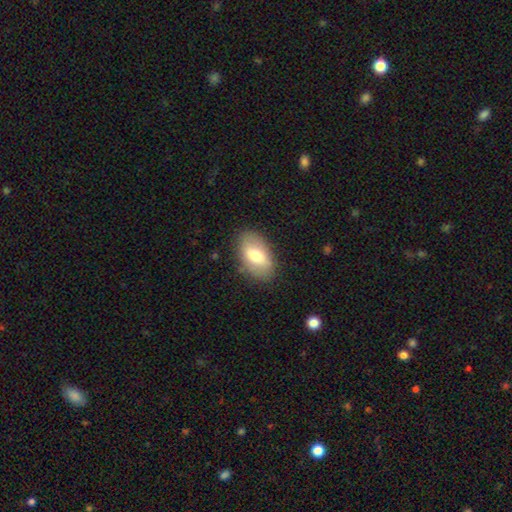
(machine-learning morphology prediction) A smooth galaxy with no disk features (68%) that is in between round and cigar-shaped (92%).

Vote fractions:
- Smooth or featured? smooth: 68% / featured or disk: 25% / star or artifact: 6%
- How rounded? in between: 92% / round: 6% / cigar-shaped: 2%
- Merging? none: 81% / minor disturbance: 14% / major disturbance: 4% / merger: 1%